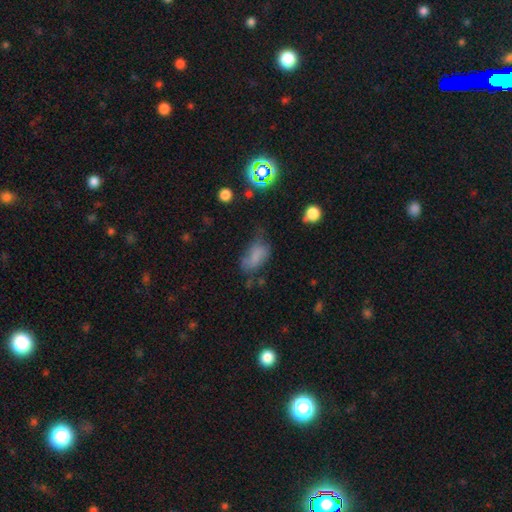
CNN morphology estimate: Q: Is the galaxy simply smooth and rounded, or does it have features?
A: smooth — 65%.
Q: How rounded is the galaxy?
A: in between — 89%.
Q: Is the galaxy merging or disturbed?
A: none — 36%.